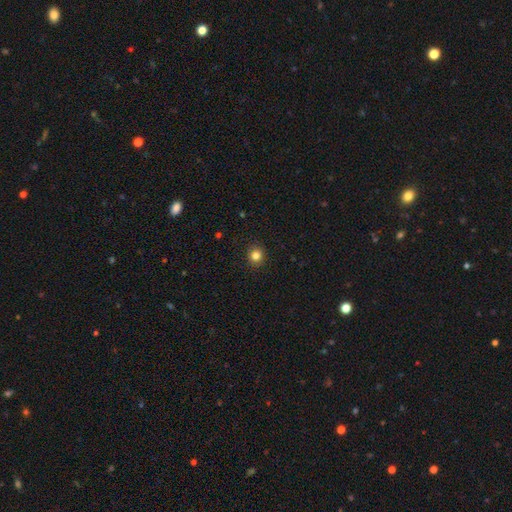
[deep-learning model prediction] This appears to be a smooth galaxy with no disk features (83%) that is round (87%). Merging: none (91%).